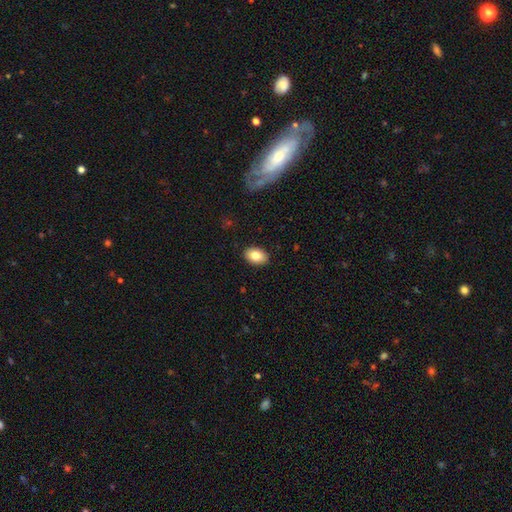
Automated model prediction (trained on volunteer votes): Q: Smooth or featured?
A: smooth (81%); runner-up: featured or disk (11%)
Q: How rounded?
A: in between (87%); runner-up: round (12%)
Q: Merging?
A: none (89%); runner-up: minor disturbance (8%)